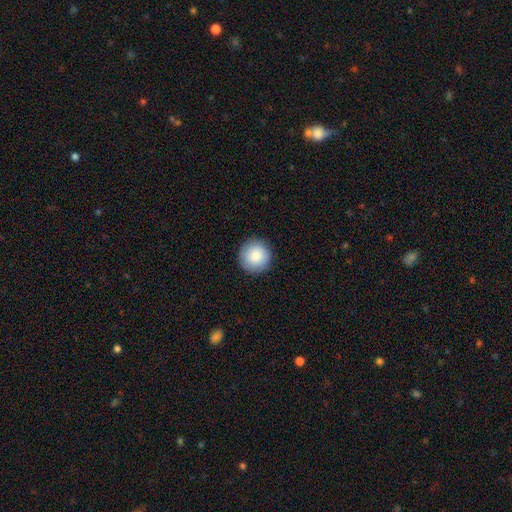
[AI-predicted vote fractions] Smooth or featured?
  - smooth: 86% *
  - star or artifact: 7%
  - featured or disk: 7%
How rounded?
  - round: 96% *
  - in between: 3%
  - cigar-shaped: 1%
Merging?
  - none: 92% *
  - minor disturbance: 6%
  - major disturbance: 2%
  - merger: 1%